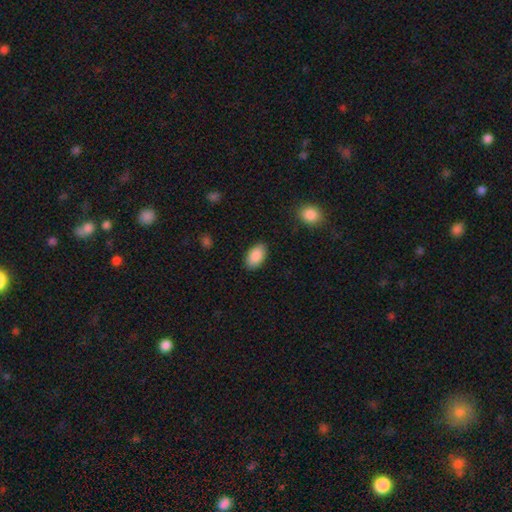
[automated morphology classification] Q: Smooth or featured?
A: smooth (88%); runner-up: star or artifact (6%)
Q: How rounded?
A: in between (94%); runner-up: round (4%)
Q: Merging?
A: none (88%); runner-up: minor disturbance (9%)